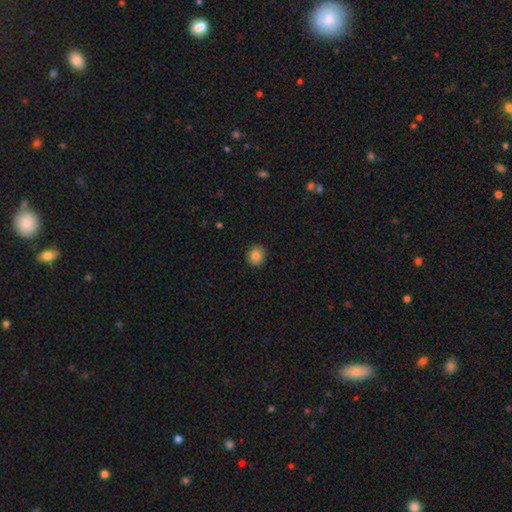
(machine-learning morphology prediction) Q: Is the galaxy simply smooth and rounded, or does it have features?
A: smooth — 84%.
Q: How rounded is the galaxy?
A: round — 85%.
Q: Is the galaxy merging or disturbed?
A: none — 91%.